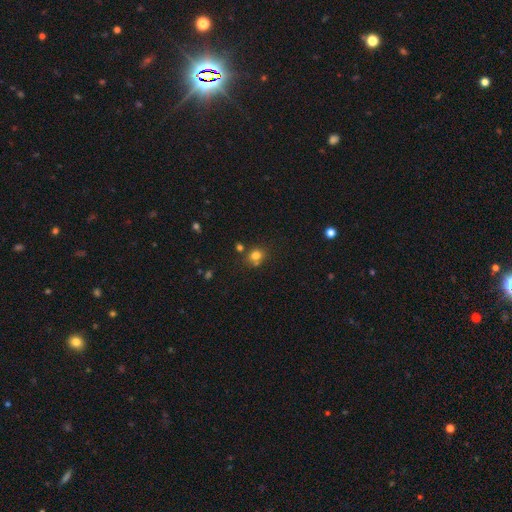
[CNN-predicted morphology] Overall: smooth (77%). How rounded: round (73%). Merging: none (68%).